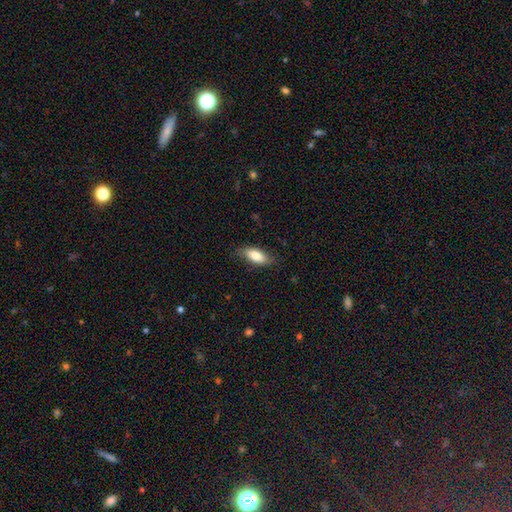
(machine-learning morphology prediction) This appears to be a smooth galaxy with no disk features (78%) that is in between round and cigar-shaped (84%). Merging: none (76%).